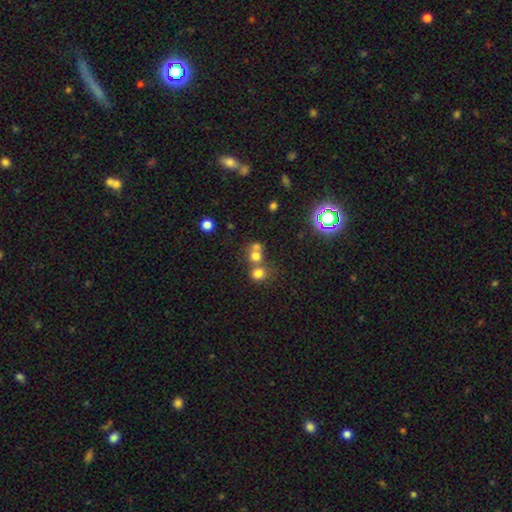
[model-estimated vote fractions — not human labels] smooth_or_featured: smooth (p=0.70) [alt: star or artifact p=0.18]
how_rounded: round (p=0.80) [alt: in between p=0.19]
merging: merger (p=0.49) [alt: none p=0.40]